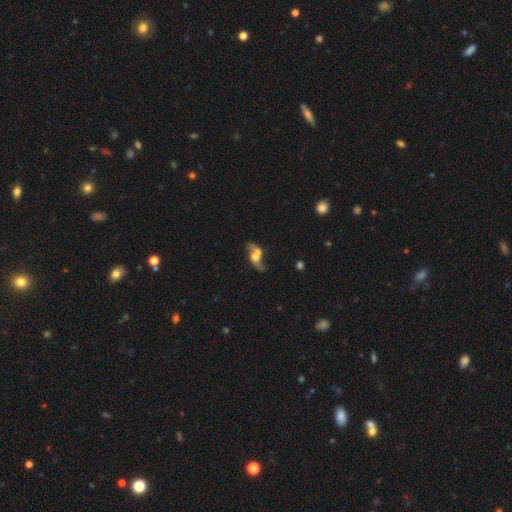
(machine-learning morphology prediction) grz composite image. It shows a featured or disk galaxy (74%) with no bar (66%), 2 (90%) loose (84%) spiral arms (87%) and a moderate central bulge (50%). Merging: none (50%).